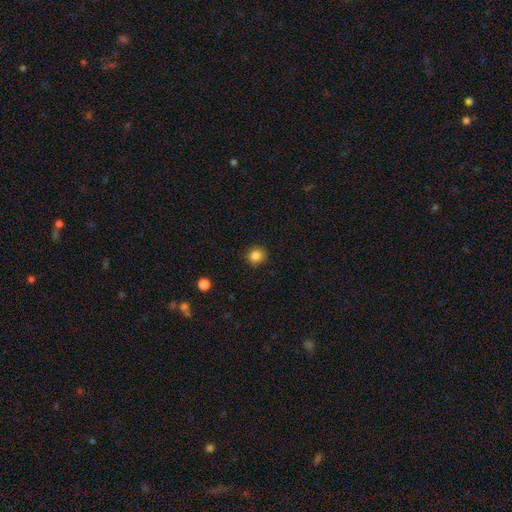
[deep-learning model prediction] Smooth or featured? smooth (85%)
How rounded? round (88%)
Merging? none (90%)